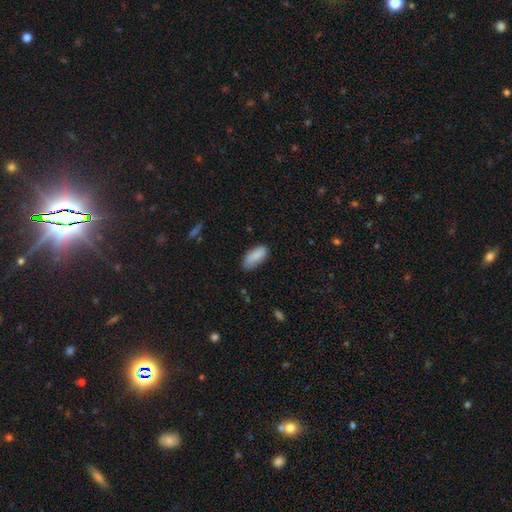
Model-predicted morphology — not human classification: Smooth or featured?
  - smooth: 88% *
  - star or artifact: 6%
  - featured or disk: 5%
How rounded?
  - in between: 90% *
  - cigar-shaped: 8%
  - round: 2%
Merging?
  - none: 70% *
  - minor disturbance: 24%
  - major disturbance: 4%
  - merger: 1%